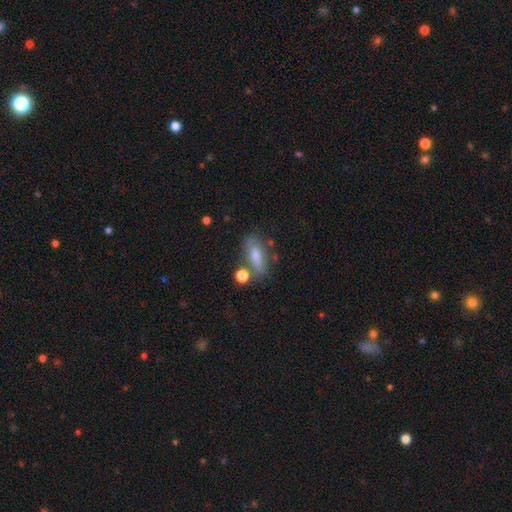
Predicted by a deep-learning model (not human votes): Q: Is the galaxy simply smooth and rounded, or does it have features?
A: smooth — 57%.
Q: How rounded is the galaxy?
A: in between — 57%.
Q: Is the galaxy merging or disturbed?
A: none — 60%.